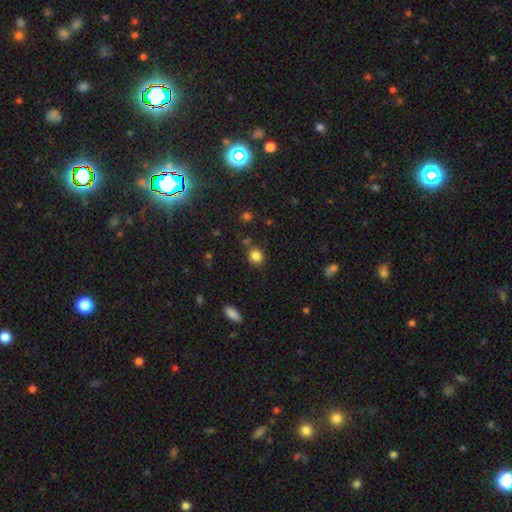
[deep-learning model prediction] This appears to be a smooth galaxy with no disk features (84%) that is round (82%). Merging: none (80%).